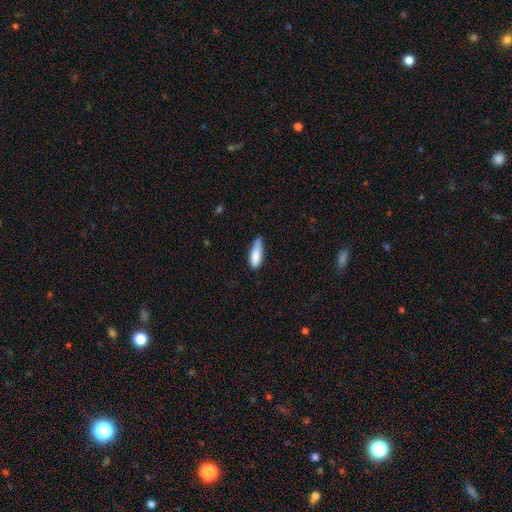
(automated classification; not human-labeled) Q: Smooth or featured?
A: smooth (85%); runner-up: featured or disk (8%)
Q: How rounded?
A: in between (57%); runner-up: cigar-shaped (42%)
Q: Merging?
A: none (55%); runner-up: minor disturbance (37%)